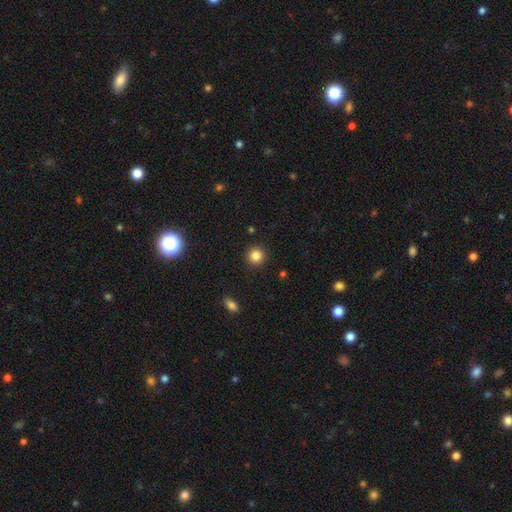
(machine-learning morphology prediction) Smooth or featured? Predicted: smooth (p=0.85). How rounded? Predicted: round (p=0.93). Merging? Predicted: none (p=0.92).